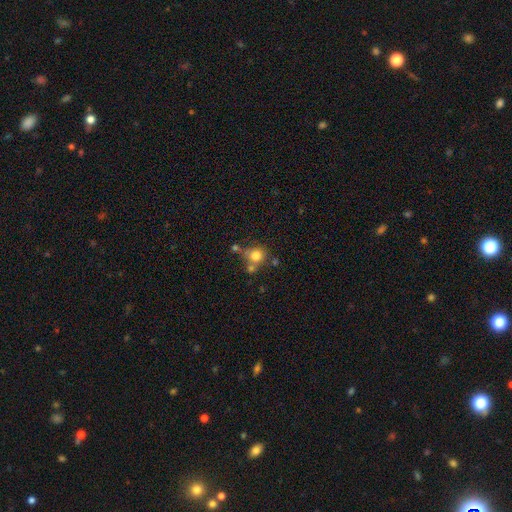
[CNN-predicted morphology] smooth_or_featured: smooth (p=0.77) [alt: star or artifact p=0.12]
how_rounded: round (p=0.83) [alt: in between p=0.16]
merging: none (p=0.52) [alt: merger p=0.28]